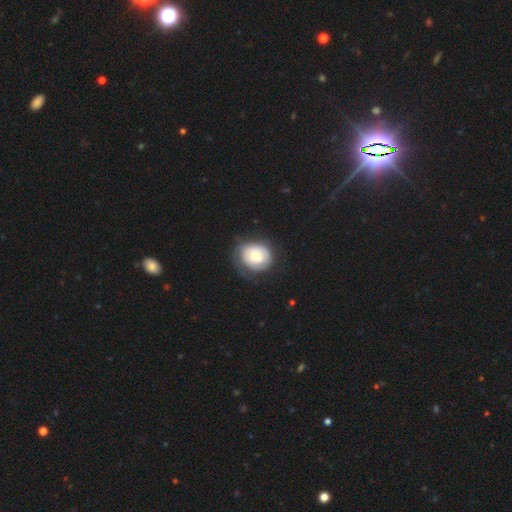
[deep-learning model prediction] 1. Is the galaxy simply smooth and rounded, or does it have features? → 50% smooth, 43% featured or disk, 6% star or artifact.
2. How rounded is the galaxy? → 67% round, 32% in between, 1% cigar-shaped.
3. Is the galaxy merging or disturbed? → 57% none, 26% minor disturbance, 16% major disturbance, 2% merger.